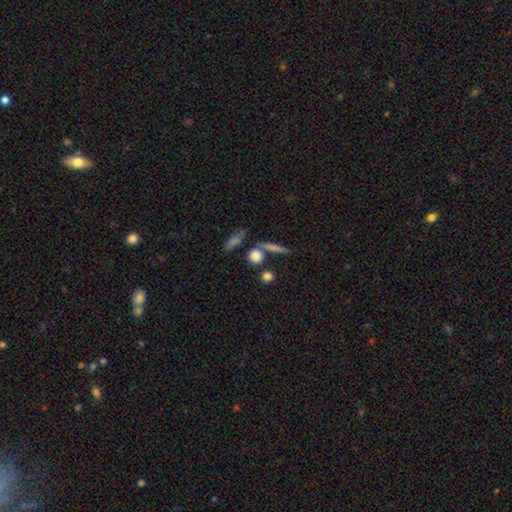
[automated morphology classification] Smooth or featured: smooth — 79% (star or artifact — 11%)
How rounded: round — 75% (in between — 14%)
Merging: none — 69% (merger — 17%)